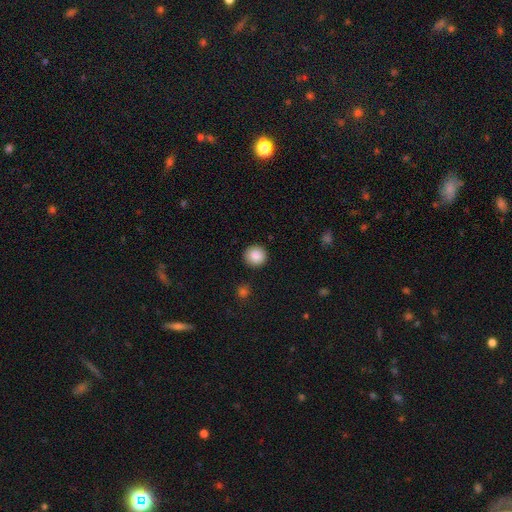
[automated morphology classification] smooth 88%, star or artifact 8%, featured or disk 4%. Down the decision tree: how rounded — round (93%); merging — none (90%).